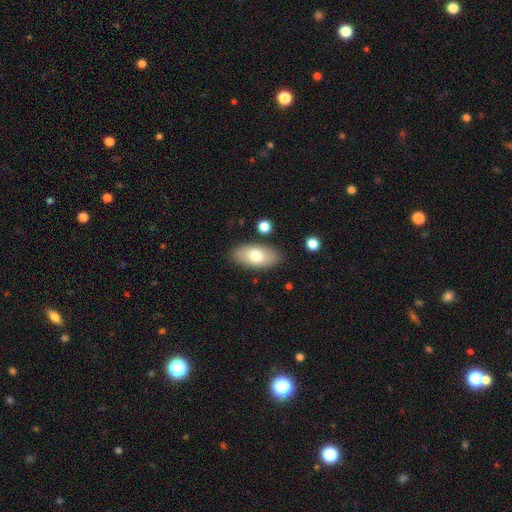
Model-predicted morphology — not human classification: smooth 74%, featured or disk 20%, star or artifact 6%. Down the decision tree: how rounded — in between (93%); merging — none (85%).